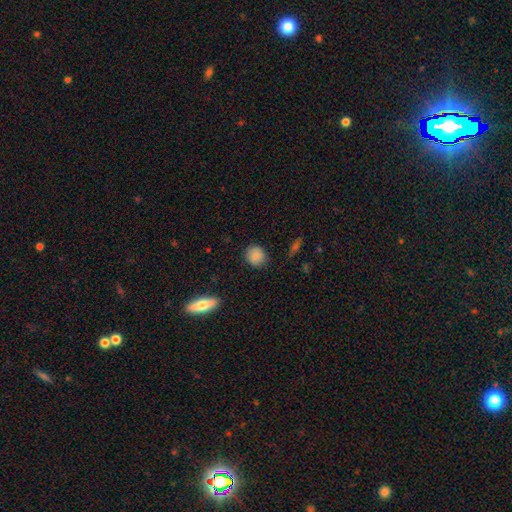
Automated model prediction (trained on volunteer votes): Smooth or featured: smooth — 85% (star or artifact — 9%)
How rounded: round — 82% (in between — 16%)
Merging: none — 85% (minor disturbance — 11%)